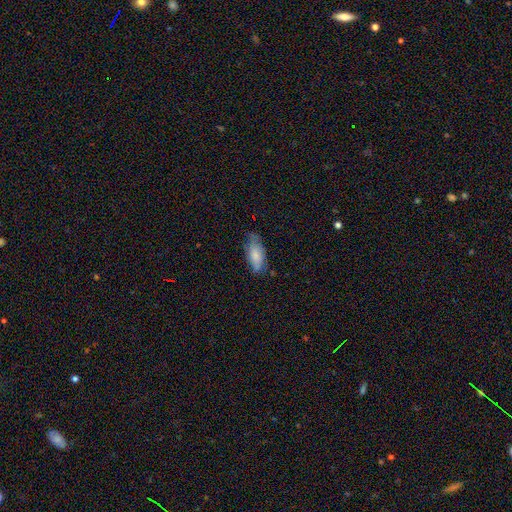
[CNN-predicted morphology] smooth 73%, featured or disk 21%, star or artifact 7%. Down the decision tree: how rounded — in between (84%); merging — none (54%).